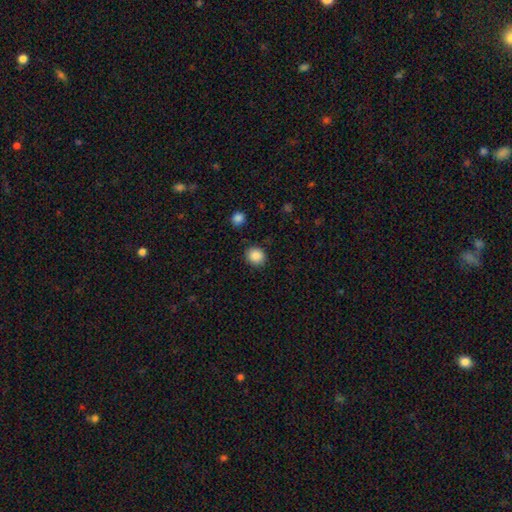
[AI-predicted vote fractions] smooth_or_featured: smooth (p=0.87) [alt: star or artifact p=0.09]
how_rounded: round (p=0.82) [alt: in between p=0.17]
merging: none (p=0.88) [alt: minor disturbance p=0.08]